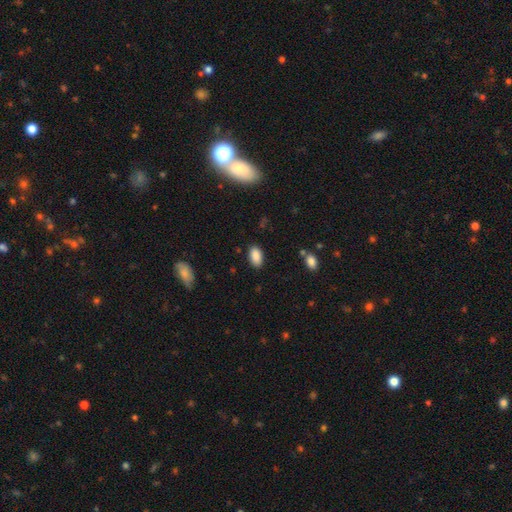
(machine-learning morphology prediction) A smooth galaxy with no disk features (89%) that is in between round and cigar-shaped (93%). Merging: none (86%).